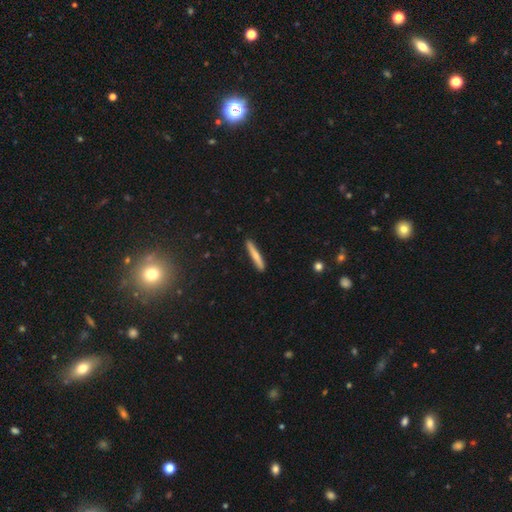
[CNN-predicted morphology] This appears to be a smooth galaxy with no disk features (68%) that is cigar-shaped (94%). Merging: none (89%).